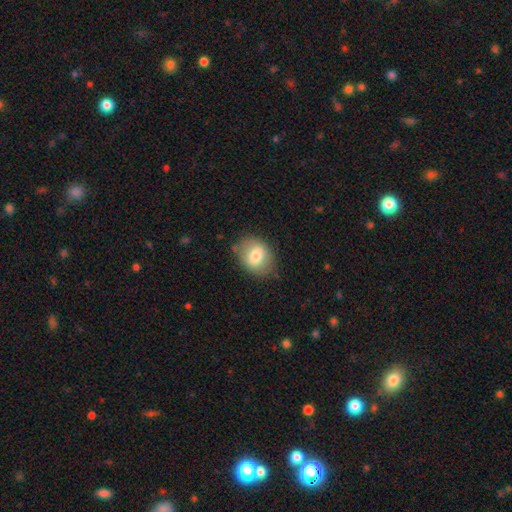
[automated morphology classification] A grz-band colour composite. It shows a smooth galaxy with no disk features (71%) that is in between round and cigar-shaped (58%). Merging: none (78%).